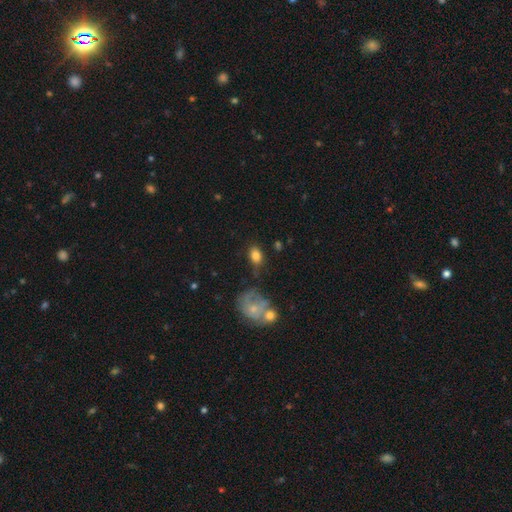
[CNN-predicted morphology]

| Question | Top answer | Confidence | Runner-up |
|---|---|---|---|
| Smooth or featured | smooth | 80% | featured or disk (11%) |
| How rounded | in between | 80% | round (18%) |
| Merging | none | 66% | minor disturbance (19%) |